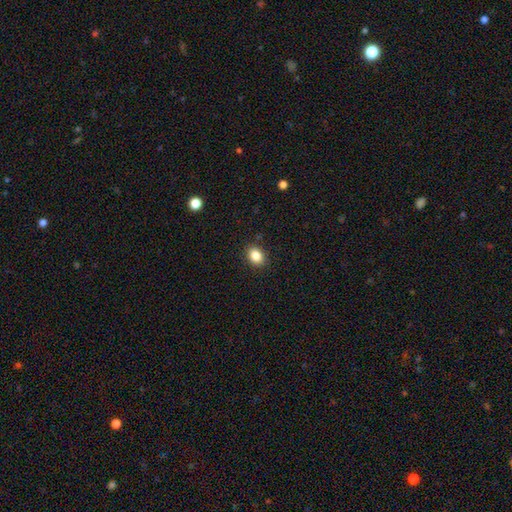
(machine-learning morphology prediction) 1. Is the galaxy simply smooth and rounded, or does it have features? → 86% smooth, 9% star or artifact, 5% featured or disk.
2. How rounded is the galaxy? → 68% in between, 31% round, 1% cigar-shaped.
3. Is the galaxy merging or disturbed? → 89% none, 8% minor disturbance, 2% major disturbance, 1% merger.